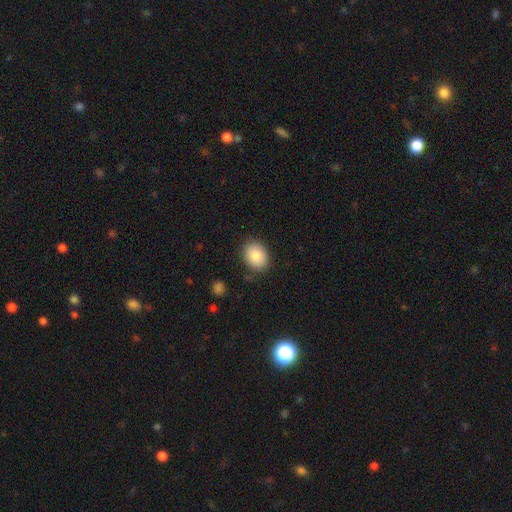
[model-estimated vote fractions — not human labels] This is clearly a smooth galaxy (86%). How rounded: likely in between (64%). Merging: clearly none (85%).